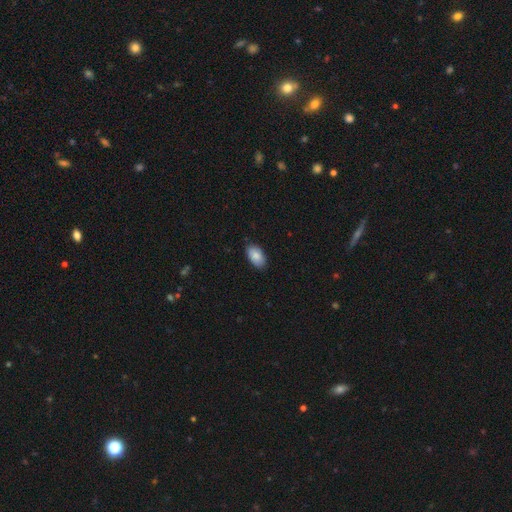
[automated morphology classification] Smooth or featured: smooth — 86% (featured or disk — 8%)
How rounded: in between — 95% (round — 4%)
Merging: none — 85% (minor disturbance — 12%)